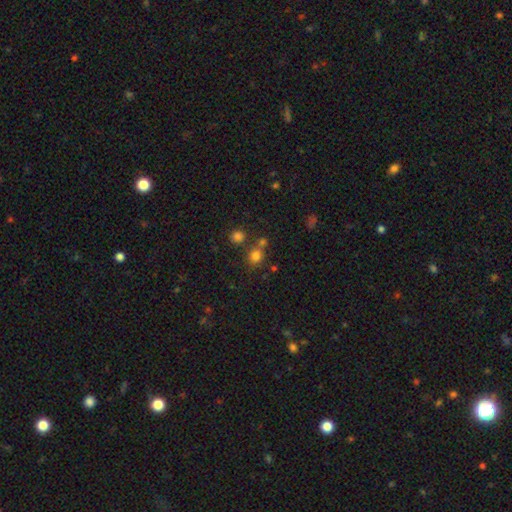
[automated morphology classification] The model was most divided on "merging": none: 64%, merger: 22%, minor disturbance: 10%, major disturbance: 4%. More confident: how rounded — round (78%); smooth or featured — smooth (76%).